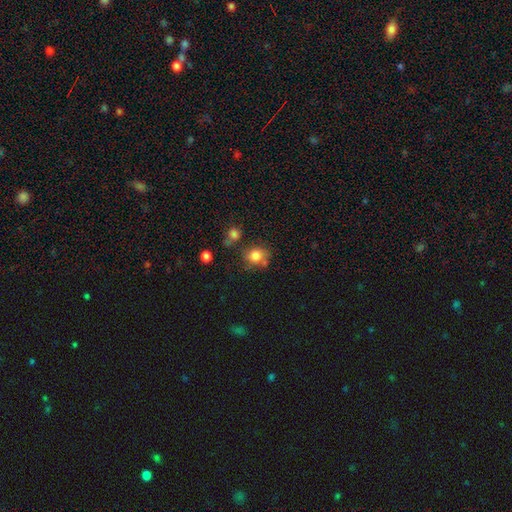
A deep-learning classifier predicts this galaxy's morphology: Smooth or featured? Predicted: smooth (p=0.81). How rounded? Predicted: round (p=0.70). Merging? Predicted: none (p=0.63).